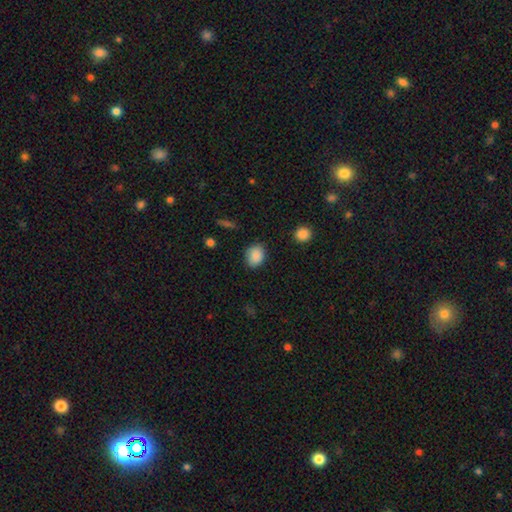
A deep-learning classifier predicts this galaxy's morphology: A smooth galaxy with no disk features (88%) that is in between round and cigar-shaped (53%). Merging: none (82%).